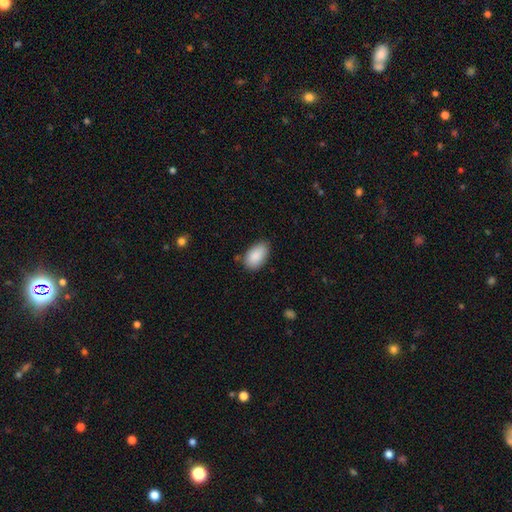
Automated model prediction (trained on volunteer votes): Morphology: type=smooth (89%); roundness=in between (94%); merging=none (75%).